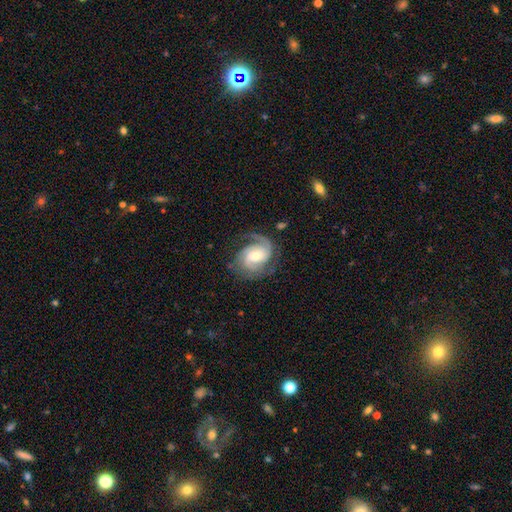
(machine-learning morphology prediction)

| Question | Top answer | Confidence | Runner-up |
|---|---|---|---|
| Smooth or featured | featured or disk | 86% | smooth (9%) |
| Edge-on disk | no | 98% | yes (2%) |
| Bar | no | 45% | weak (41%) |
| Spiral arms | yes | 97% | no (3%) |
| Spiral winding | medium | 45% | tight (41%) |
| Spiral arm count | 2 | 56% | 3 (19%) |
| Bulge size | moderate | 51% | small (40%) |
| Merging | none | 67% | minor disturbance (19%) |